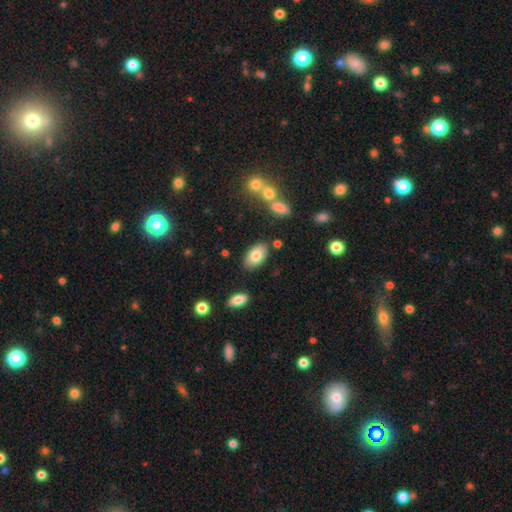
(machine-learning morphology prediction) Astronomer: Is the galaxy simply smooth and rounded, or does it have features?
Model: smooth — 79%.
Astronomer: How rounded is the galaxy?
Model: in between — 93%.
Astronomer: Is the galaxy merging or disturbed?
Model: none — 82%.